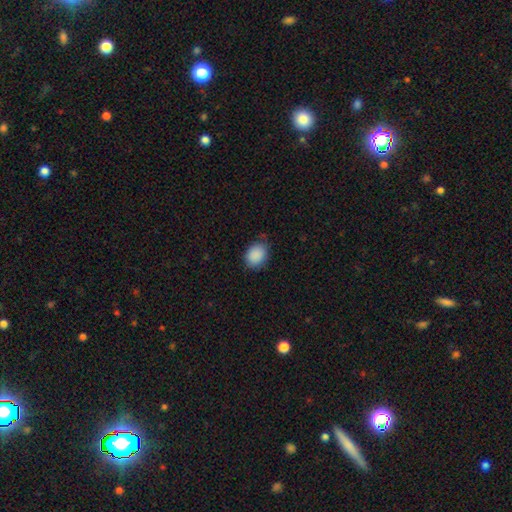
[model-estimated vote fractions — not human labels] smooth 89%, star or artifact 7%, featured or disk 3%. Down the decision tree: how rounded — in between (57%); merging — none (74%).